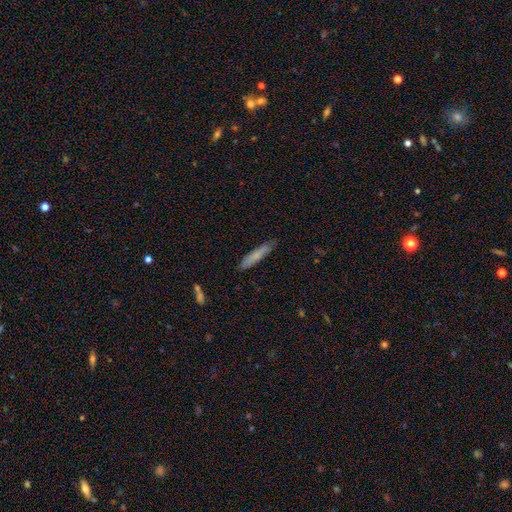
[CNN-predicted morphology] Smooth or featured? smooth (71%)
How rounded? cigar-shaped (90%)
Merging? none (83%)